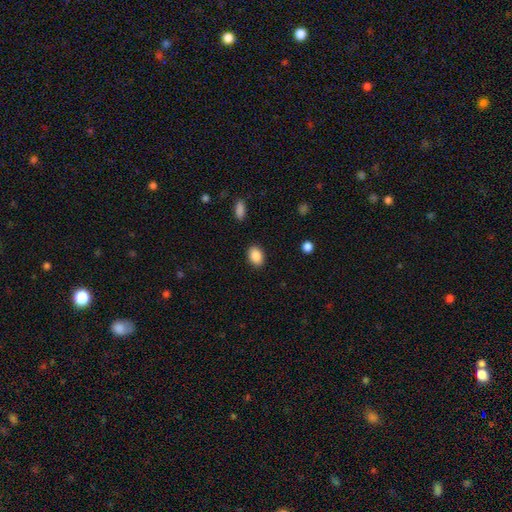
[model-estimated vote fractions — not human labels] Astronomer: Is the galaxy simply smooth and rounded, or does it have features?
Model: smooth — 88%.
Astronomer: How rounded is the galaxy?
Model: in between — 80%.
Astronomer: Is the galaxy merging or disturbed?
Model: none — 88%.